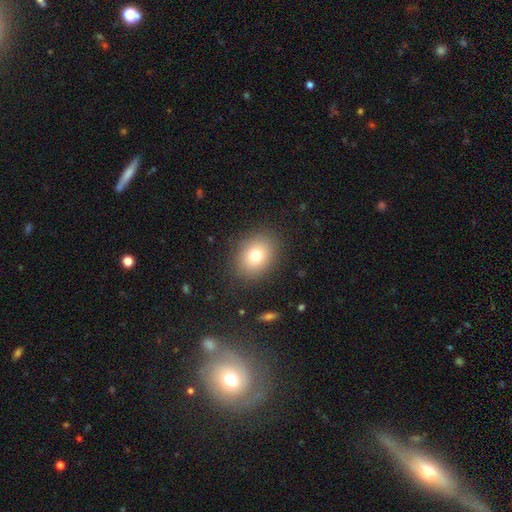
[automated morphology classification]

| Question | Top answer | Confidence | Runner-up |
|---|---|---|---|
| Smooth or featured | smooth | 77% | featured or disk (11%) |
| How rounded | in between | 51% | round (48%) |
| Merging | none | 87% | minor disturbance (9%) |